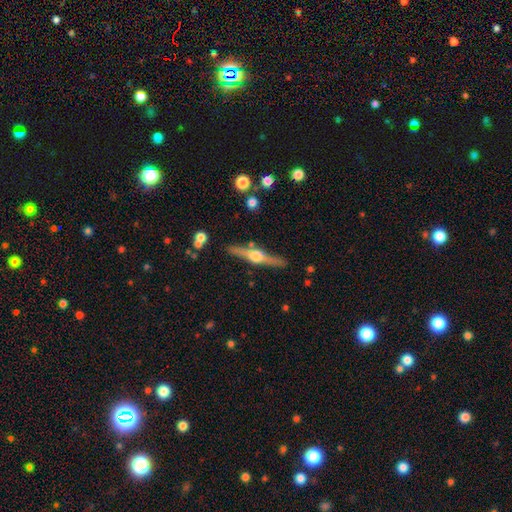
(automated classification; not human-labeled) Smooth or featured: featured or disk — 78% (smooth — 16%)
Edge-on disk: yes — 98% (no — 2%)
Edge-on bulge: rounded — 94% (boxy — 4%)
Merging: none — 87% (minor disturbance — 8%)